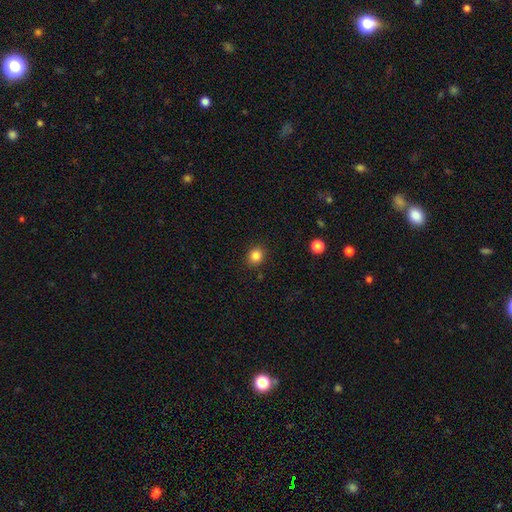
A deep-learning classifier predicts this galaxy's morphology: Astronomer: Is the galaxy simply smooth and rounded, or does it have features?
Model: smooth — 84%.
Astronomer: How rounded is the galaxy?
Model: round — 69%.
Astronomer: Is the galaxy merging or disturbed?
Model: none — 89%.